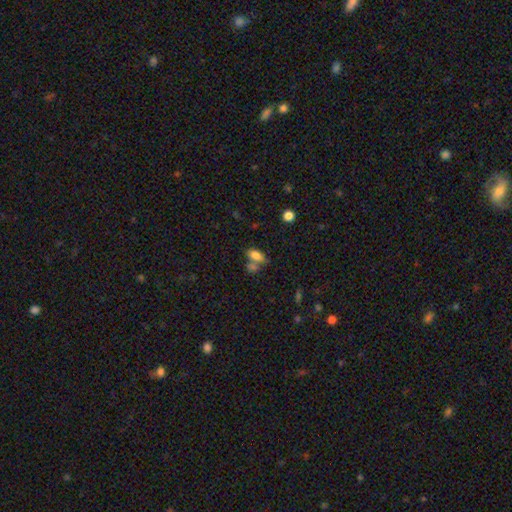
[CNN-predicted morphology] Smooth or featured? Predicted: smooth (p=0.80). How rounded? Predicted: in between (p=0.87). Merging? Predicted: none (p=0.47).